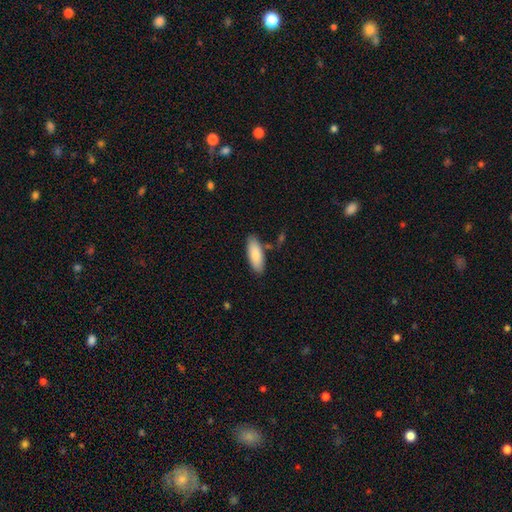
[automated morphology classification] Smooth or featured?
  - smooth: 85% *
  - featured or disk: 10%
  - star or artifact: 6%
How rounded?
  - in between: 73% *
  - cigar-shaped: 26%
  - round: 2%
Merging?
  - none: 82% *
  - minor disturbance: 12%
  - merger: 4%
  - major disturbance: 2%